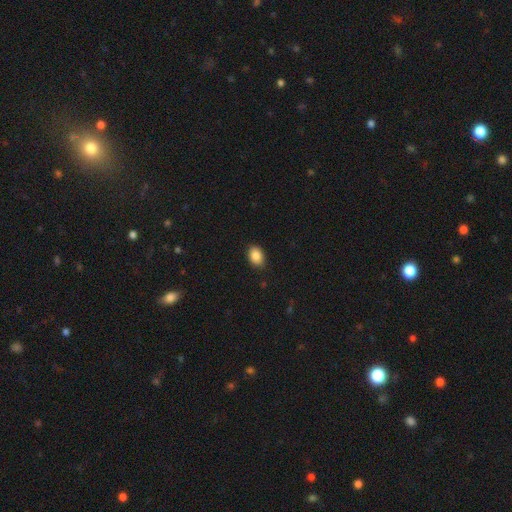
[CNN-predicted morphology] smooth 87%, star or artifact 8%, featured or disk 5%. Down the decision tree: how rounded — in between (82%); merging — none (86%).